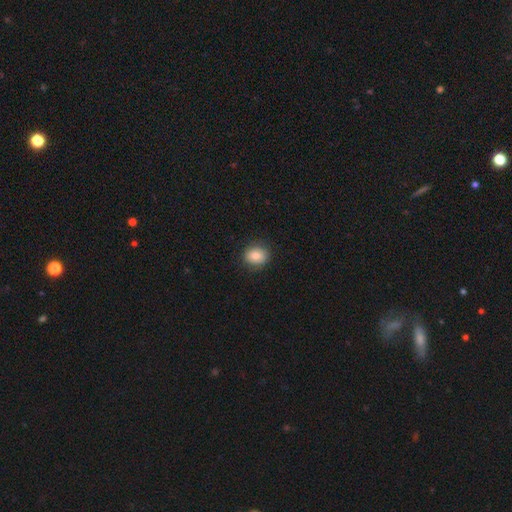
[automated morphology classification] Smooth or featured?
  - smooth: 79% *
  - featured or disk: 11%
  - star or artifact: 9%
How rounded?
  - round: 71% *
  - in between: 28%
  - cigar-shaped: 1%
Merging?
  - none: 86% *
  - minor disturbance: 10%
  - major disturbance: 3%
  - merger: 1%